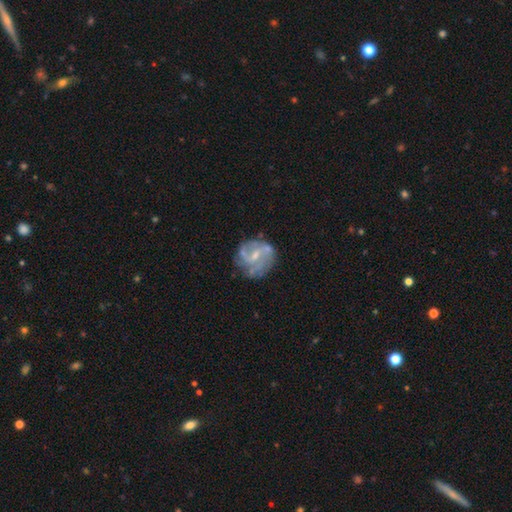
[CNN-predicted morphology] A featured or disk galaxy (74%) with a weak bar (53%), 2 (45%) medium (43%) spiral arms (76%) and a small central bulge (53%). Merging: none (60%).